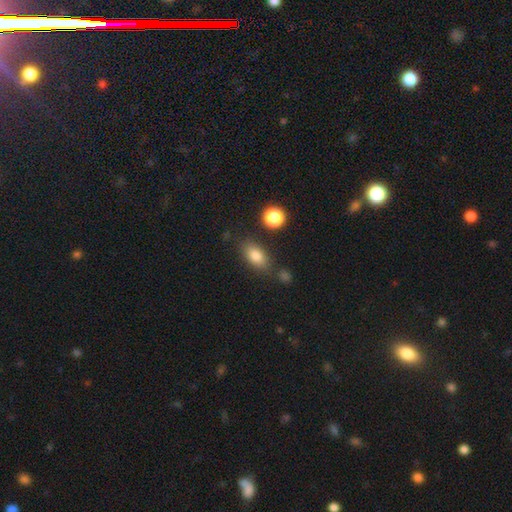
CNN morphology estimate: Smooth or featured?
  - smooth: 81% *
  - featured or disk: 10%
  - star or artifact: 9%
How rounded?
  - in between: 85% *
  - round: 9%
  - cigar-shaped: 6%
Merging?
  - none: 74% *
  - minor disturbance: 14%
  - merger: 7%
  - major disturbance: 5%